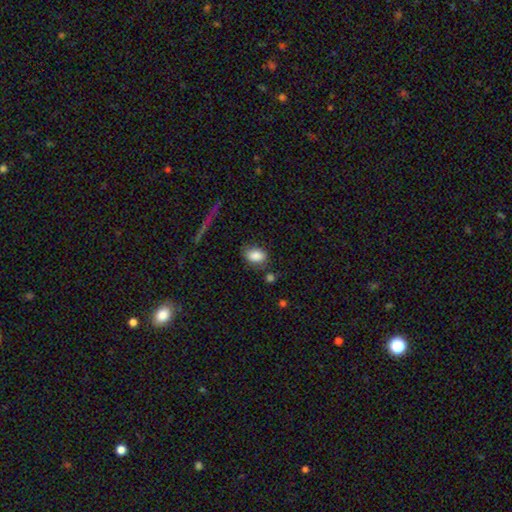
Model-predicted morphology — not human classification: A smooth galaxy with no disk features (86%) that is in between round and cigar-shaped (84%).

Vote fractions:
- Smooth or featured? smooth: 86% / star or artifact: 8% / featured or disk: 6%
- How rounded? in between: 84% / round: 14% / cigar-shaped: 2%
- Merging? none: 71% / minor disturbance: 19% / merger: 6% / major disturbance: 5%